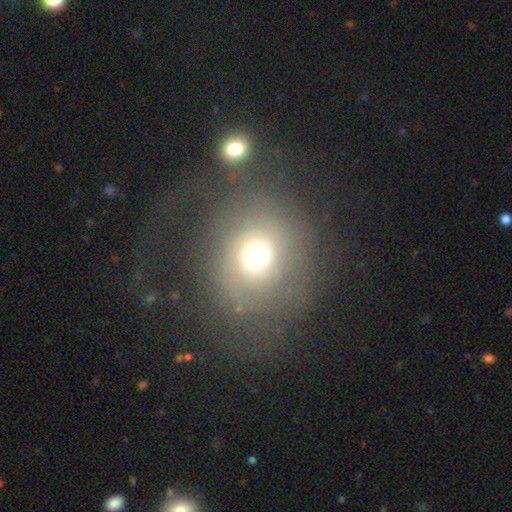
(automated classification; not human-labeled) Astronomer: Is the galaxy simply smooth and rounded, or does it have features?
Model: smooth — 48% (runner-up: featured or disk, 39%).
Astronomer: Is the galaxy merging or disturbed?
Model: none — 44% (runner-up: major disturbance, 34%).